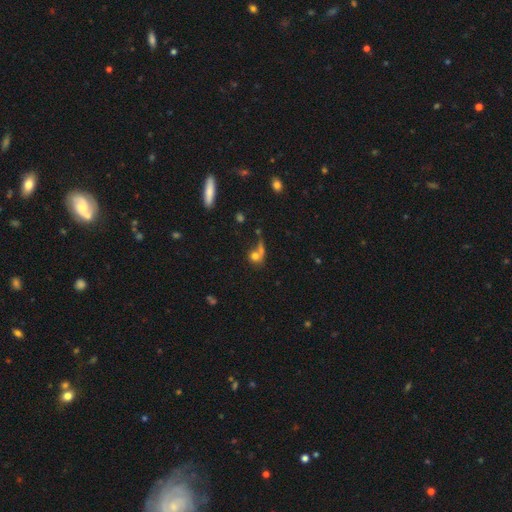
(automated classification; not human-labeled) Smooth or featured? smooth (70%)
How rounded? round (68%)
Merging? merger (38%, tied with none)